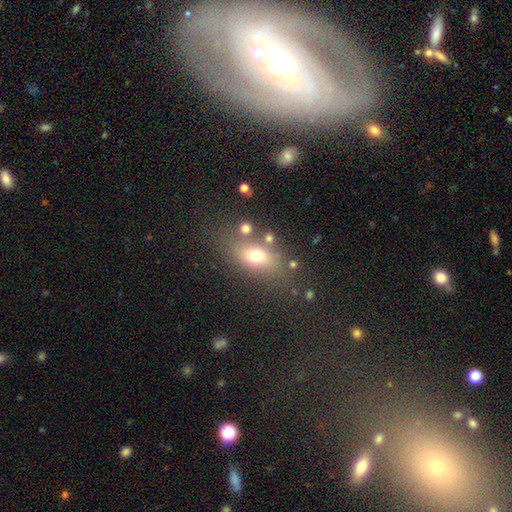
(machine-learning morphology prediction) This appears to be a smooth galaxy with no disk features (68%) that is in between round and cigar-shaped (72%). Merging: none (68%).